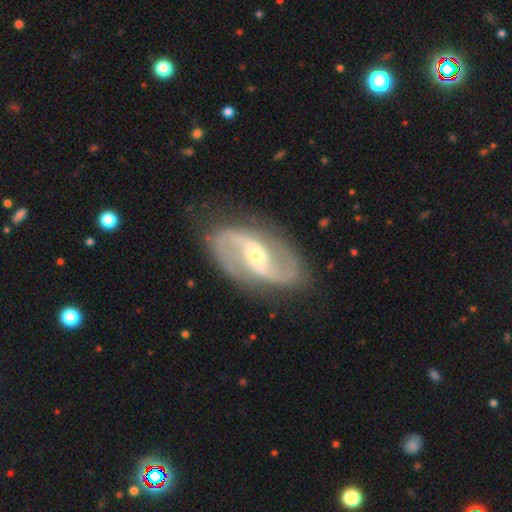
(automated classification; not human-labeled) Morphology: type=featured or disk (90%); edge-on=no (97%); bar=weak (40%); spiral arms=yes (97%); winding=medium (49%); arm count=2 (93%); bulge=small (56%); merging=none (82%).